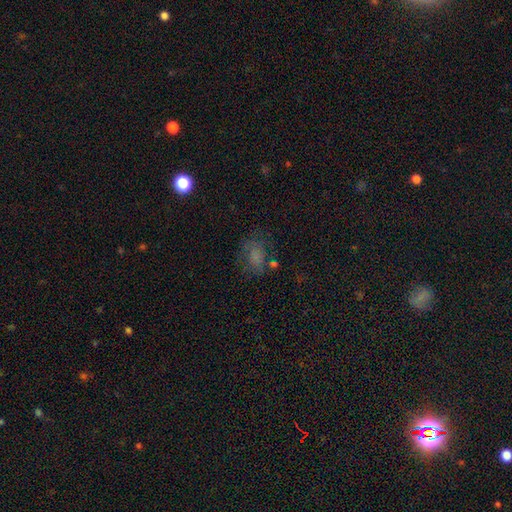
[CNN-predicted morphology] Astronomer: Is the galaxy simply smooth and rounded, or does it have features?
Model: smooth — 62%.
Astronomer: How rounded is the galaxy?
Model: in between — 71%.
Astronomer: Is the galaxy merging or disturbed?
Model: none — 59%.